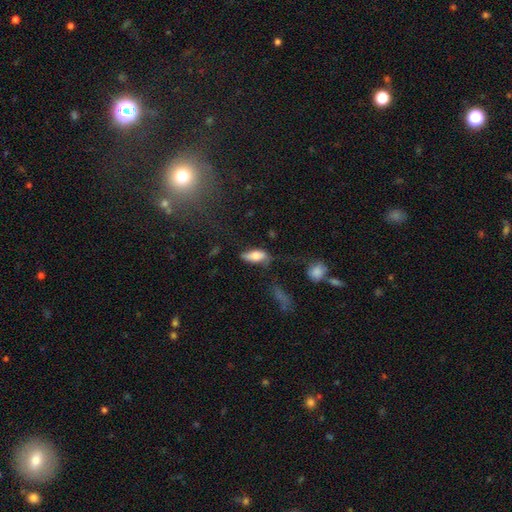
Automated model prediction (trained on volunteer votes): Overall: smooth (74%). How rounded: in between (82%). Merging: none (51%; minor disturbance 29%).